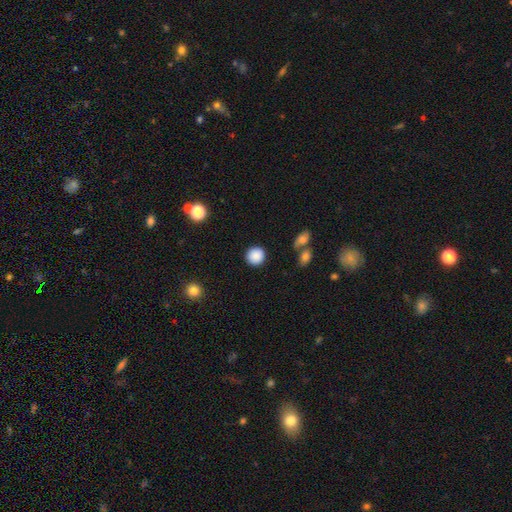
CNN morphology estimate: The model was most divided on "smooth or featured": smooth: 88%, star or artifact: 9%, featured or disk: 4%. More confident: how rounded — round (91%); merging — none (89%).